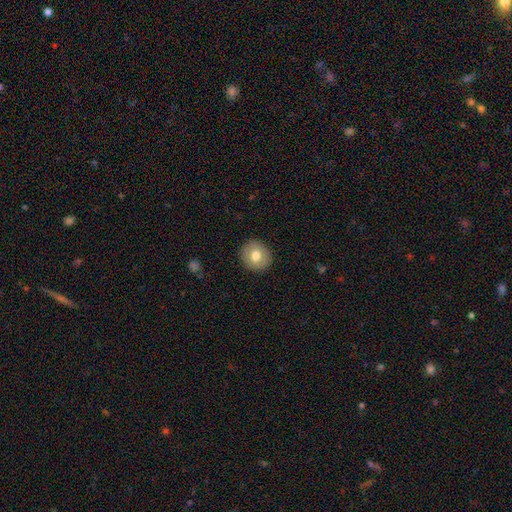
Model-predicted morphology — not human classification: A smooth galaxy with no disk features (74%) that is round (87%).

Vote fractions:
- Smooth or featured? smooth: 74% / featured or disk: 18% / star or artifact: 8%
- How rounded? round: 87% / in between: 12% / cigar-shaped: 1%
- Merging? none: 90% / minor disturbance: 7% / major disturbance: 2% / merger: 1%